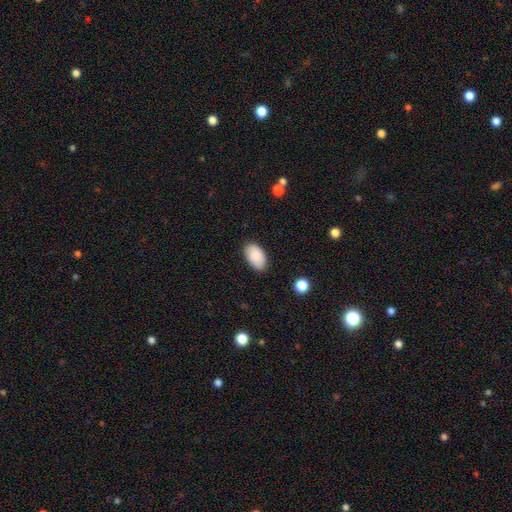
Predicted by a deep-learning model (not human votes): A smooth galaxy with no disk features (89%) that is in between round and cigar-shaped (95%).

Vote fractions:
- Smooth or featured? smooth: 89% / star or artifact: 7% / featured or disk: 4%
- How rounded? in between: 95% / round: 4% / cigar-shaped: 1%
- Merging? none: 84% / minor disturbance: 12% / major disturbance: 3% / merger: 1%